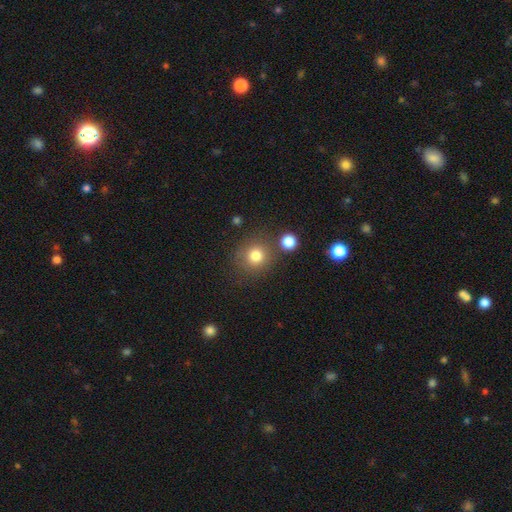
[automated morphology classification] A smooth galaxy with no disk features (80%) that is round (89%).

Vote fractions:
- Smooth or featured? smooth: 80% / star or artifact: 12% / featured or disk: 8%
- How rounded? round: 89% / in between: 10% / cigar-shaped: 1%
- Merging? none: 76% / minor disturbance: 10% / merger: 9% / major disturbance: 4%